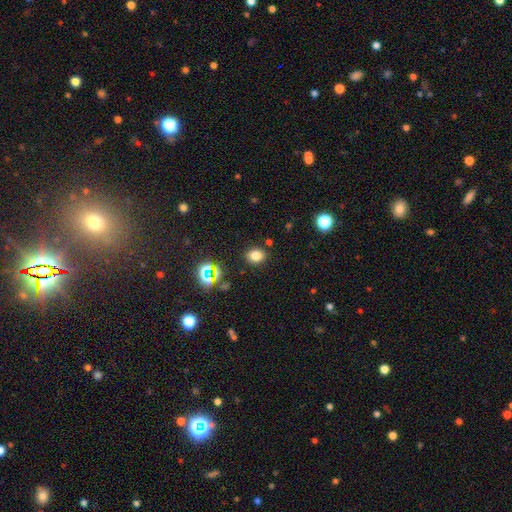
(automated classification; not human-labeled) Q: Smooth or featured?
A: smooth (75%); runner-up: star or artifact (18%)
Q: How rounded?
A: in between (52%); runner-up: round (47%)
Q: Merging?
A: none (86%); runner-up: minor disturbance (9%)